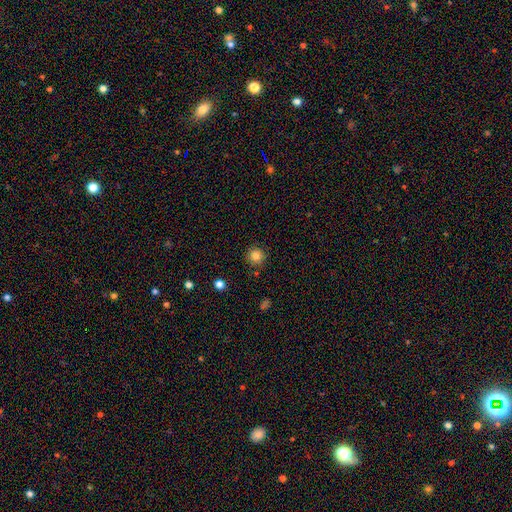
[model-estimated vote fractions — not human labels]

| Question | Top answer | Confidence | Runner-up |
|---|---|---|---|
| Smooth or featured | smooth | 84% | star or artifact (11%) |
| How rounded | round | 94% | in between (5%) |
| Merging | none | 88% | minor disturbance (7%) |